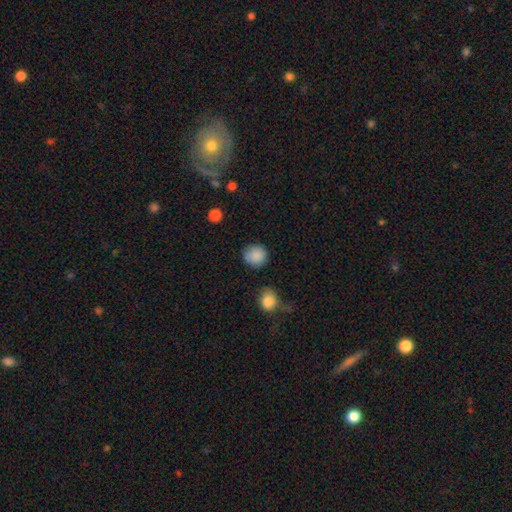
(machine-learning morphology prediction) The model was most divided on "merging": none: 79%, minor disturbance: 15%, major disturbance: 4%, merger: 3%. More confident: how rounded — round (88%); smooth or featured — smooth (88%).